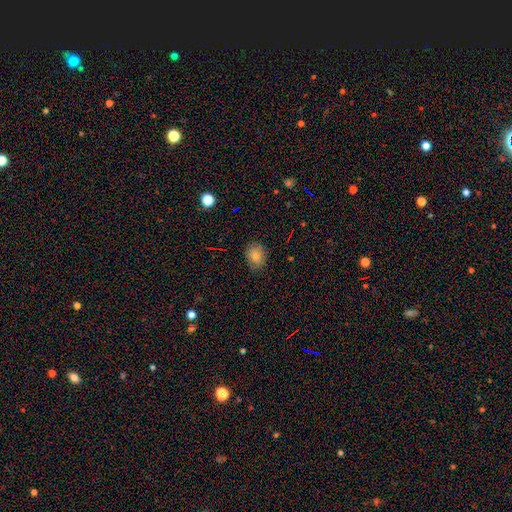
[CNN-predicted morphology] Smooth or featured? Predicted: smooth (p=0.76). How rounded? Predicted: round (p=0.52). Merging? Predicted: none (p=0.81).